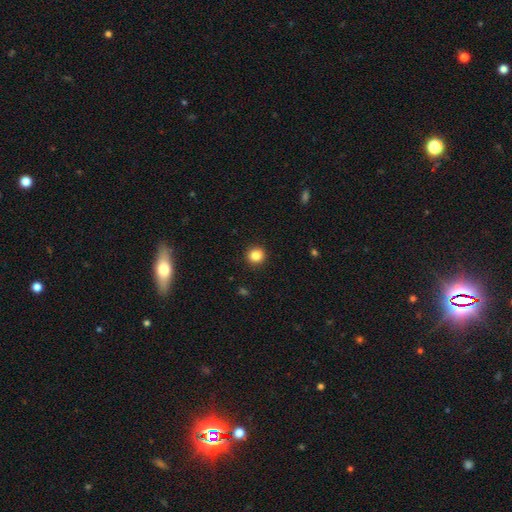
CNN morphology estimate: Overall: smooth (85%). How rounded: round (92%). Merging: none (92%).